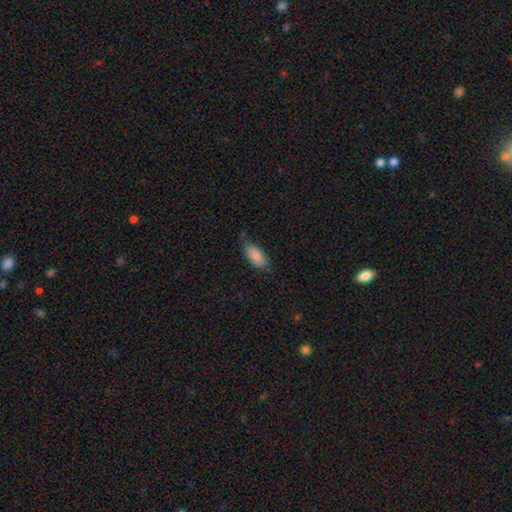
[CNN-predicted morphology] This appears to be a smooth galaxy with no disk features (86%) that is in between round and cigar-shaped (89%). Merging: none (78%).